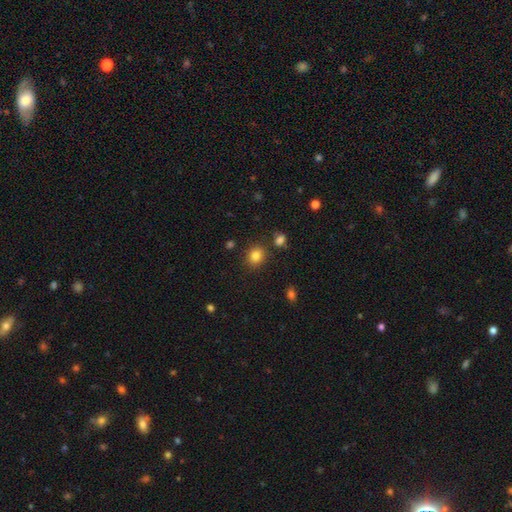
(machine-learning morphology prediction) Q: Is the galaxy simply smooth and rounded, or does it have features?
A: smooth — 83%.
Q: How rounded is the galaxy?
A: round — 66%.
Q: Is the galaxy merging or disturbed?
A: none — 84%.